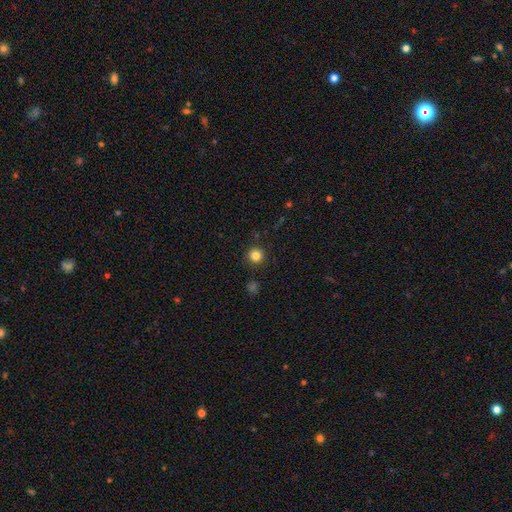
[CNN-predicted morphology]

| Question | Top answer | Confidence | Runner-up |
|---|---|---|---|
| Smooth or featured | smooth | 83% | star or artifact (12%) |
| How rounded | round | 95% | in between (4%) |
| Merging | none | 90% | minor disturbance (6%) |